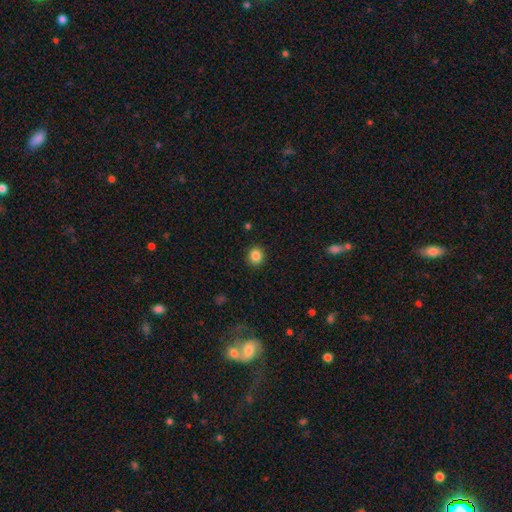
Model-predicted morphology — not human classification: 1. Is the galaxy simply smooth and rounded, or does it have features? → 85% smooth, 11% star or artifact, 4% featured or disk.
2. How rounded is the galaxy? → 91% round, 8% in between, 1% cigar-shaped.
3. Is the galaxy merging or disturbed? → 92% none, 5% minor disturbance, 2% major disturbance, 1% merger.